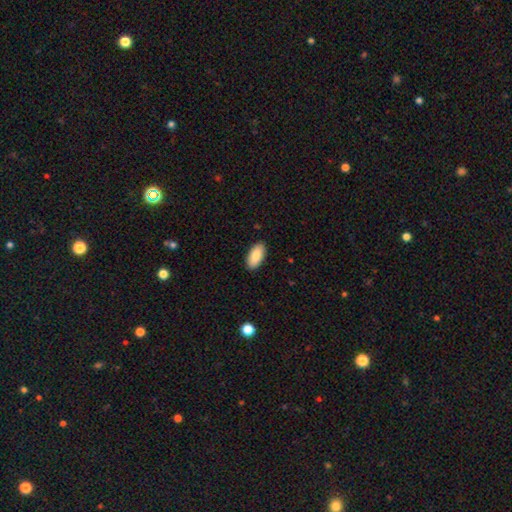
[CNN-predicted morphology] Smooth or featured? smooth (86%)
How rounded? in between (92%)
Merging? none (89%)